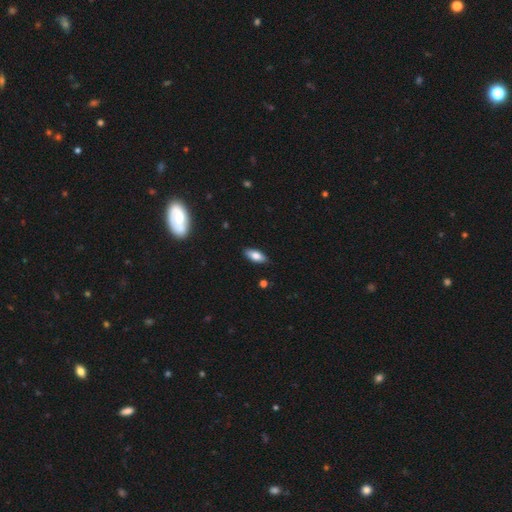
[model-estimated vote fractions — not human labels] Morphology: type=smooth (76%); roundness=in between (84%); merging=none (87%).